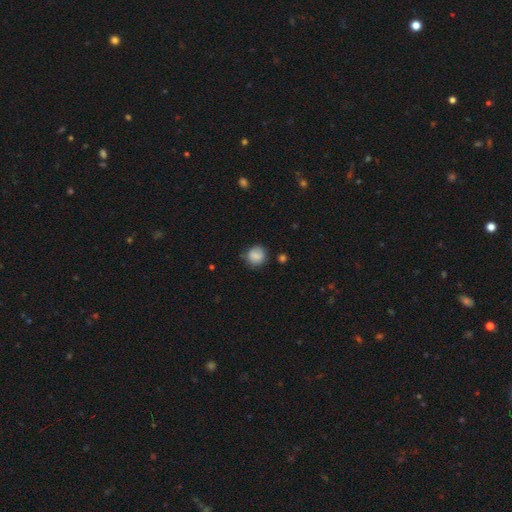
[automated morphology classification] Smooth or featured: smooth — 82% (featured or disk — 9%)
How rounded: round — 84% (in between — 15%)
Merging: none — 71% (minor disturbance — 22%)